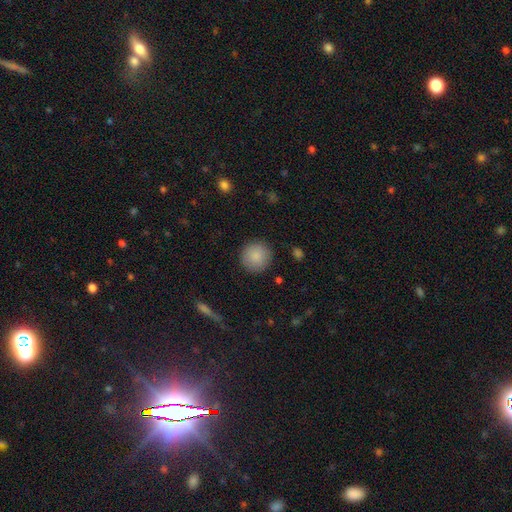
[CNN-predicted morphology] smooth 88%, star or artifact 7%, featured or disk 5%. Down the decision tree: how rounded — round (95%); merging — none (90%).